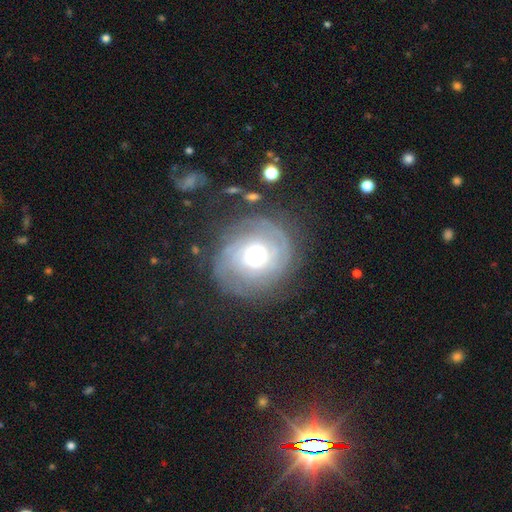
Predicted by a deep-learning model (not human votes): Morphology: type=featured or disk (76%); edge-on=no (97%); bar=no (77%); spiral arms=yes (90%); winding=tight (71%); arm count=can't tell (36%); bulge=moderate (63%); merging=none (75%).